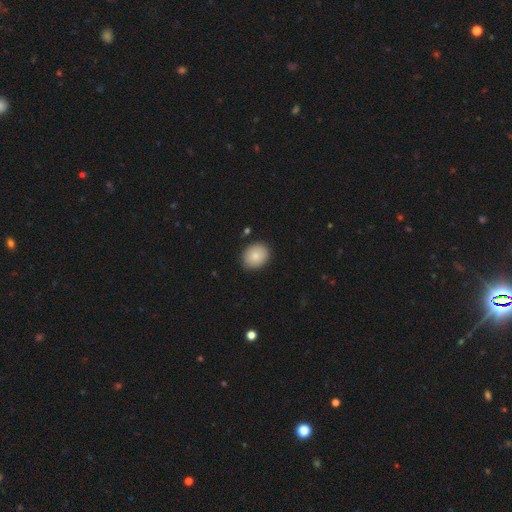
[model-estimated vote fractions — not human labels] Smooth or featured?
  - smooth: 85% *
  - featured or disk: 8%
  - star or artifact: 7%
How rounded?
  - round: 60% *
  - in between: 39%
  - cigar-shaped: 1%
Merging?
  - none: 88% *
  - minor disturbance: 9%
  - major disturbance: 2%
  - merger: 2%